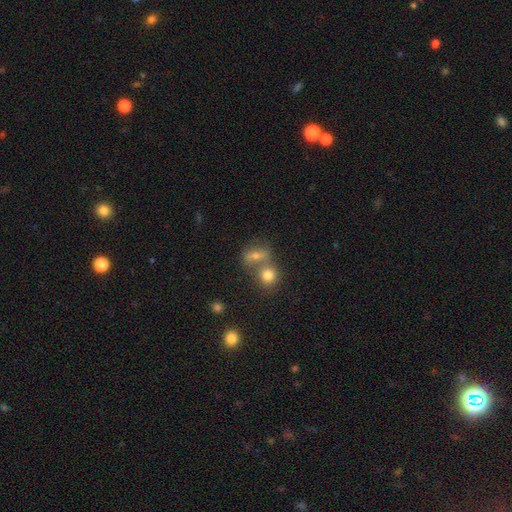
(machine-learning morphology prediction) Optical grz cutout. It shows a smooth galaxy with no disk features (65%) that is round (53%). Merging: merger (50%).